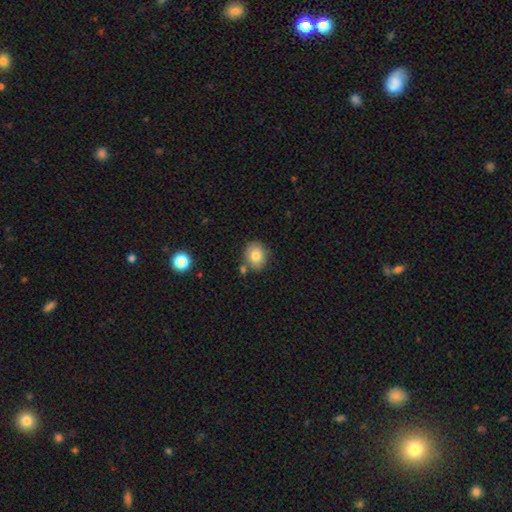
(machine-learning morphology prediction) Overall: smooth (81%). How rounded: round (67%; in between 32%). Merging: none (75%).